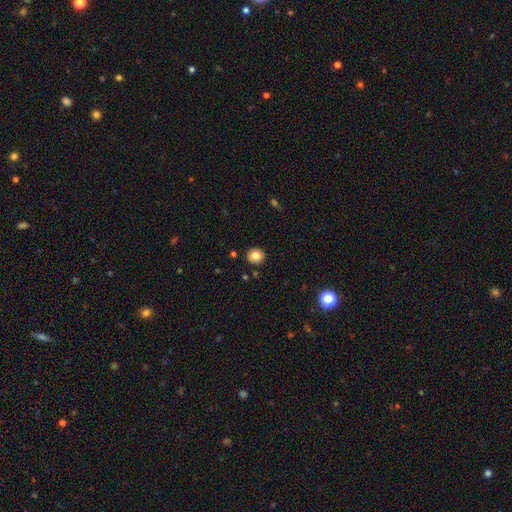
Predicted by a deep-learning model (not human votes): Q: Smooth or featured?
A: smooth (84%); runner-up: star or artifact (10%)
Q: How rounded?
A: round (88%); runner-up: in between (12%)
Q: Merging?
A: none (90%); runner-up: minor disturbance (6%)